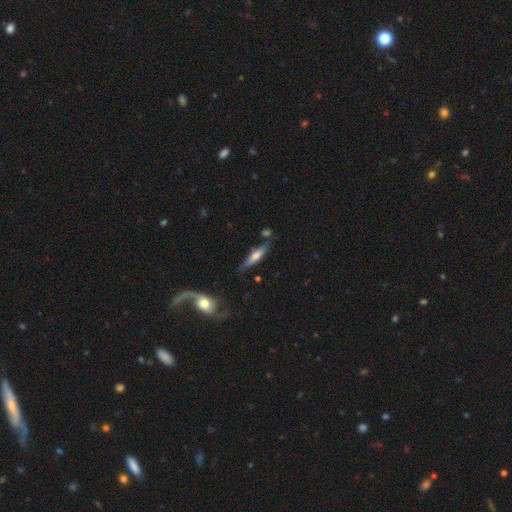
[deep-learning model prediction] Q: Smooth or featured?
A: featured or disk (48%); runner-up: smooth (46%)
Q: Merging?
A: none (72%); runner-up: minor disturbance (17%)